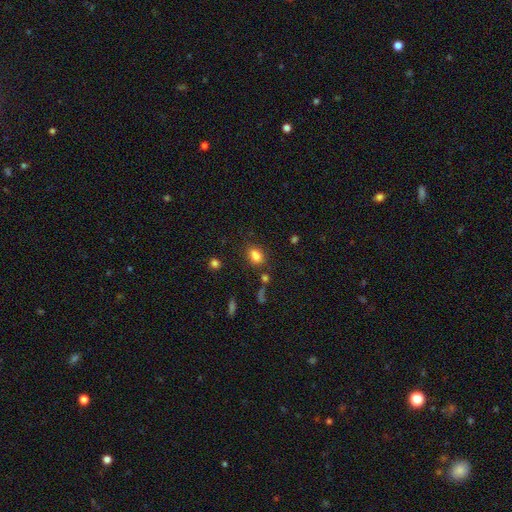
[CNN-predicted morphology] Smooth or featured: smooth — 82% (star or artifact — 13%)
How rounded: in between — 68% (round — 30%)
Merging: none — 71% (minor disturbance — 15%)